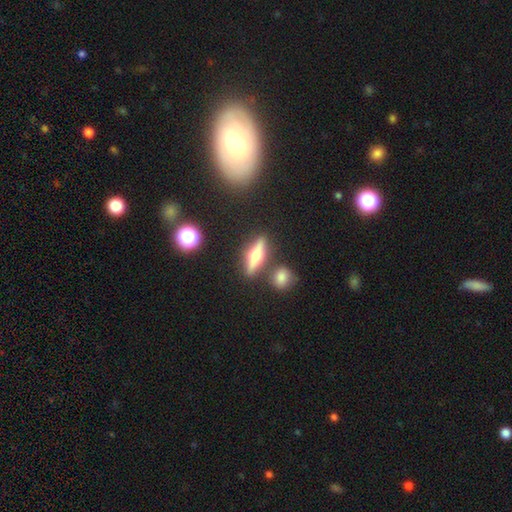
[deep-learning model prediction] smooth-or-featured: featured or disk: 63% | smooth: 29% | star or artifact: 9%
  disk-edge-on: yes: 94% | no: 6%
    edge-on-bulge: rounded: 94% | boxy: 3% | none: 2%
  merging: none: 83% | minor disturbance: 8% | merger: 6% | major disturbance: 3%